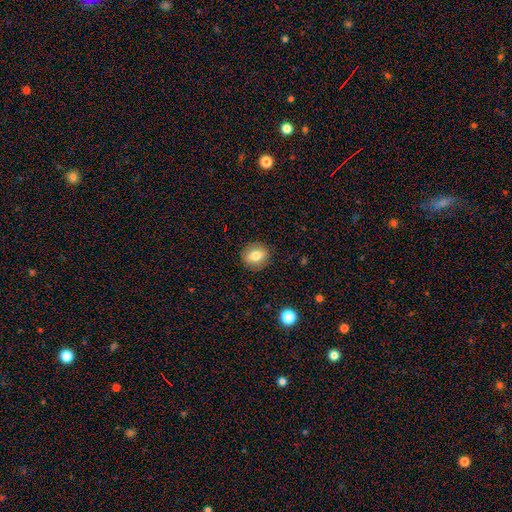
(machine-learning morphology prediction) type=smooth (78%); roundness=round (64%); merging=none (89%).